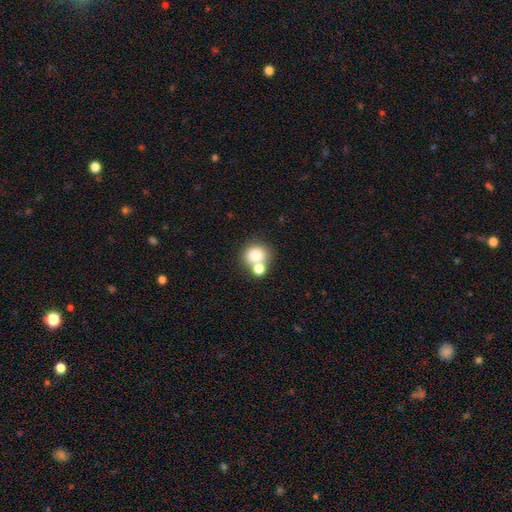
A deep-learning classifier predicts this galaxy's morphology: Smooth or featured: smooth — 76% (featured or disk — 13%)
How rounded: round — 83% (in between — 16%)
Merging: none — 46% (merger — 43%)